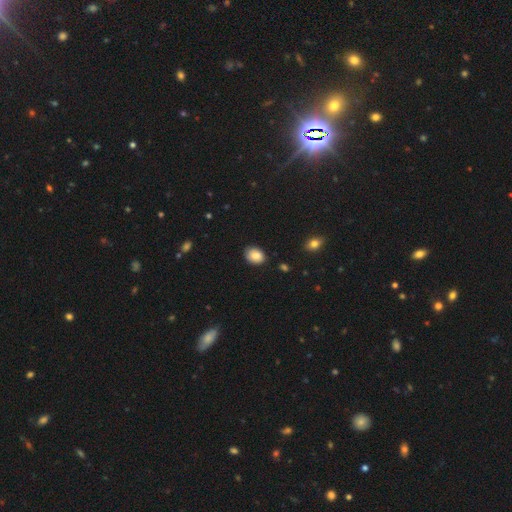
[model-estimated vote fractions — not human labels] A smooth galaxy with no disk features (80%) that is in between round and cigar-shaped (66%). Merging: none (80%).